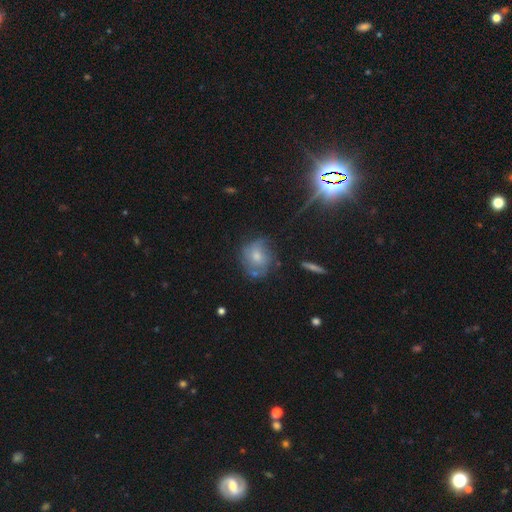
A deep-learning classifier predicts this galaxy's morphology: A smooth galaxy with no disk features (44%).

Vote fractions:
- Smooth or featured? smooth: 44% / featured or disk: 42% / star or artifact: 14%
- Merging? none: 61% / minor disturbance: 24% / major disturbance: 11% / merger: 5%